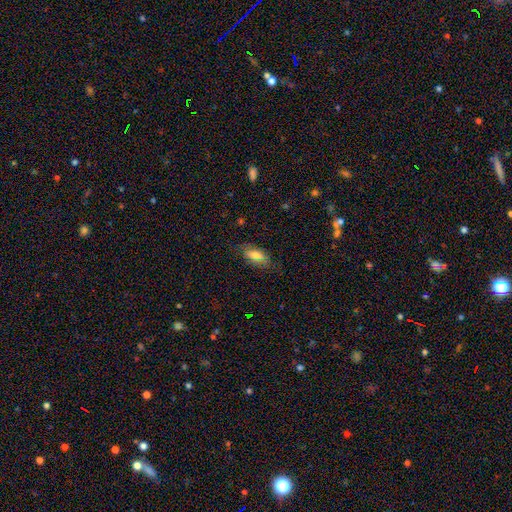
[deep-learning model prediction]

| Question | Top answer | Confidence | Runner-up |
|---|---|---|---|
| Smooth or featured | smooth | 68% | featured or disk (23%) |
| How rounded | in between | 85% | cigar-shaped (11%) |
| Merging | none | 75% | minor disturbance (18%) |